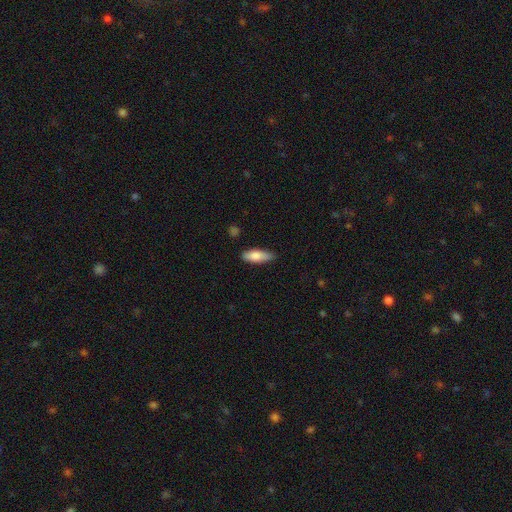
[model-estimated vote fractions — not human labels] Q: Smooth or featured?
A: smooth (78%); runner-up: featured or disk (16%)
Q: How rounded?
A: in between (61%); runner-up: cigar-shaped (36%)
Q: Merging?
A: none (81%); runner-up: minor disturbance (15%)